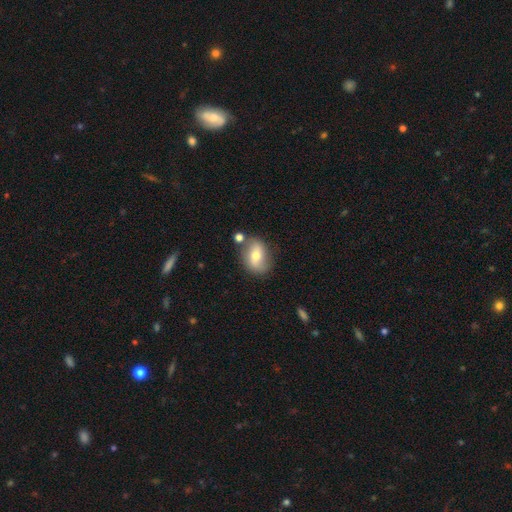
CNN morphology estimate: This appears to be a smooth galaxy with no disk features (58%) that is in between round and cigar-shaped (71%). Merging: none (69%).